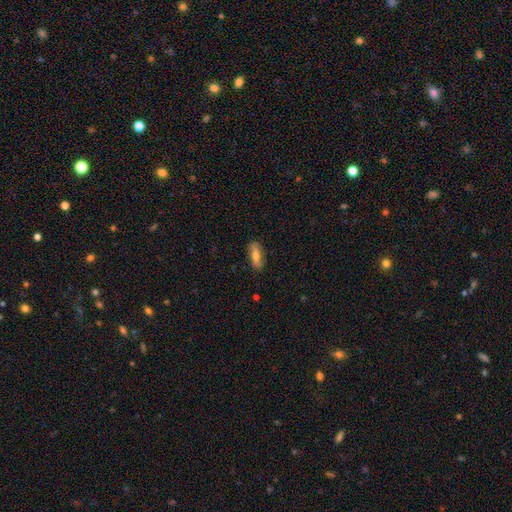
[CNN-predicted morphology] Smooth or featured? Predicted: smooth (p=0.63). How rounded? Predicted: in between (p=0.67). Merging? Predicted: none (p=0.83).